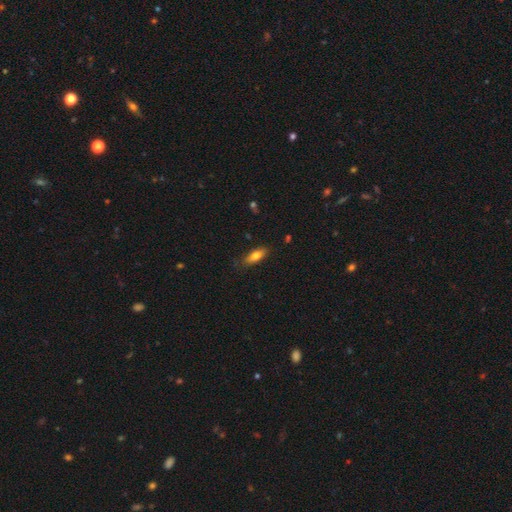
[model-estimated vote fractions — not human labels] Q: Smooth or featured?
A: smooth (77%); runner-up: featured or disk (16%)
Q: How rounded?
A: in between (72%); runner-up: cigar-shaped (25%)
Q: Merging?
A: none (80%); runner-up: minor disturbance (16%)